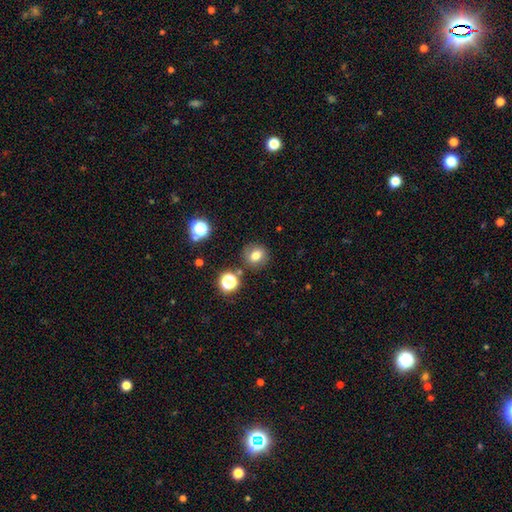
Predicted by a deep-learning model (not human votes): A smooth galaxy with no disk features (74%) that is round (78%). Merging: none (83%).